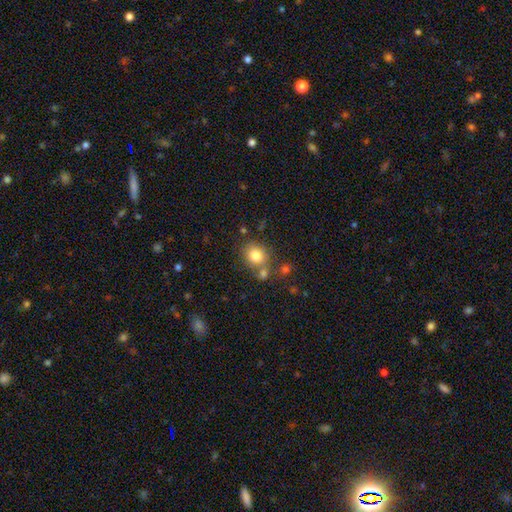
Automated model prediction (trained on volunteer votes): This appears to be a smooth galaxy with no disk features (81%) that is round (75%). Merging: none (66%).